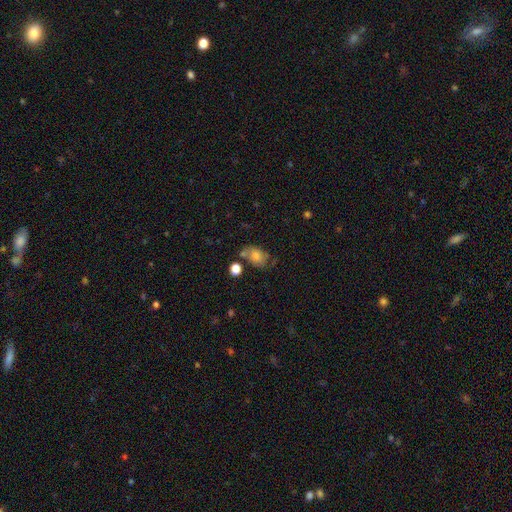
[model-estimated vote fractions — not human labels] This appears to be a smooth galaxy with no disk features (63%) that is in between round and cigar-shaped (76%). Merging: none (53%).